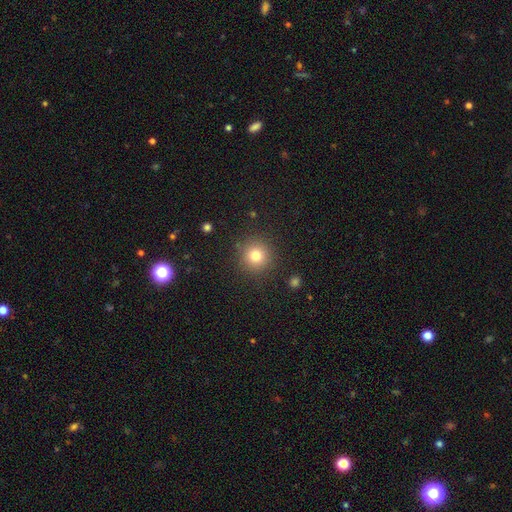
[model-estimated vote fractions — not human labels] This is likely a smooth galaxy (79%). How rounded: clearly round (94%). Merging: clearly none (88%).